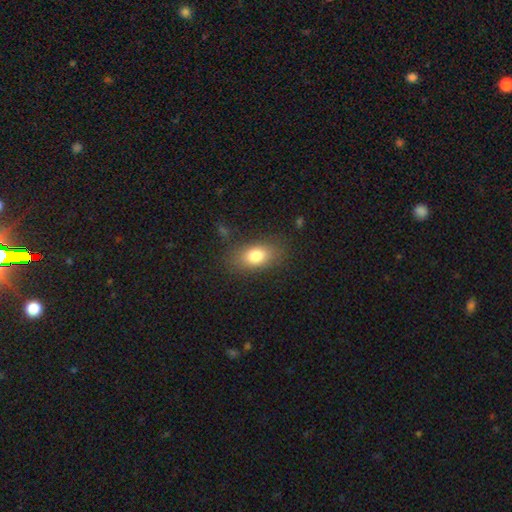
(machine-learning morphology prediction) Smooth or featured: smooth — 80% (featured or disk — 11%)
How rounded: in between — 84% (round — 12%)
Merging: none — 81% (minor disturbance — 13%)